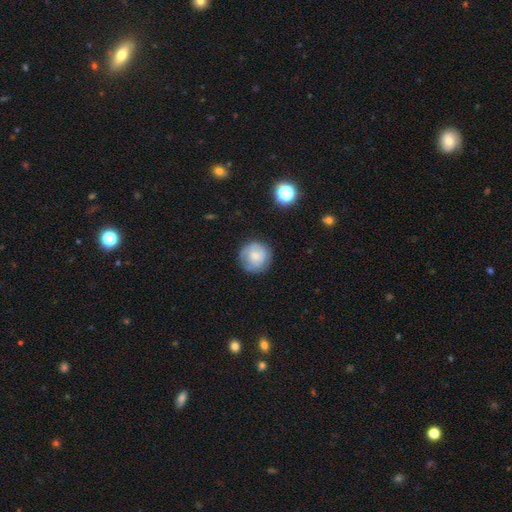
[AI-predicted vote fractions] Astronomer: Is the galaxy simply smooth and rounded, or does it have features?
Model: smooth — 66%.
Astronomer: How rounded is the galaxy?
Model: round — 94%.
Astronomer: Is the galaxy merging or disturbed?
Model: none — 81%.